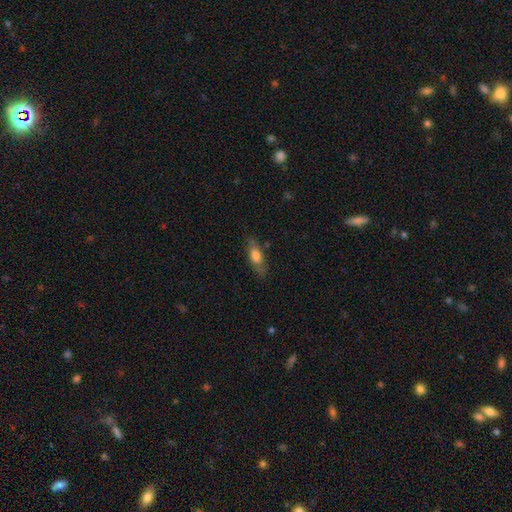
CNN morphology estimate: smooth 65%, featured or disk 27%, star or artifact 7%. Down the decision tree: how rounded — in between (61%); merging — none (77%).